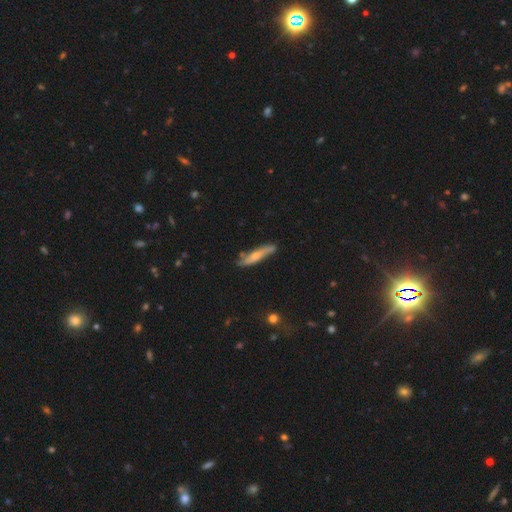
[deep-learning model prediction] This is possibly a smooth galaxy (48%). Merging: likely none (71%).